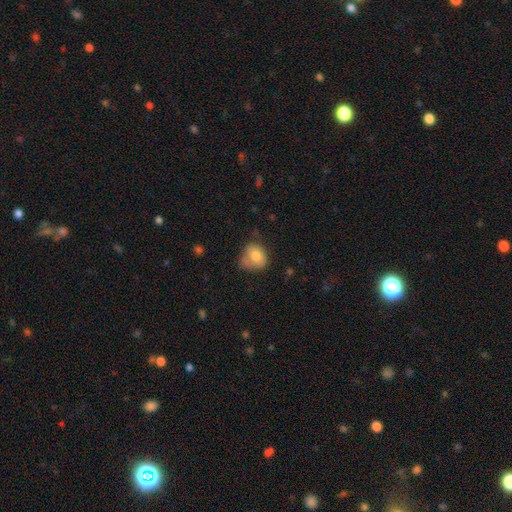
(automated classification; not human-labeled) This is likely a smooth galaxy (76%). How rounded: possibly round (55%). Merging: marginally none (39%).